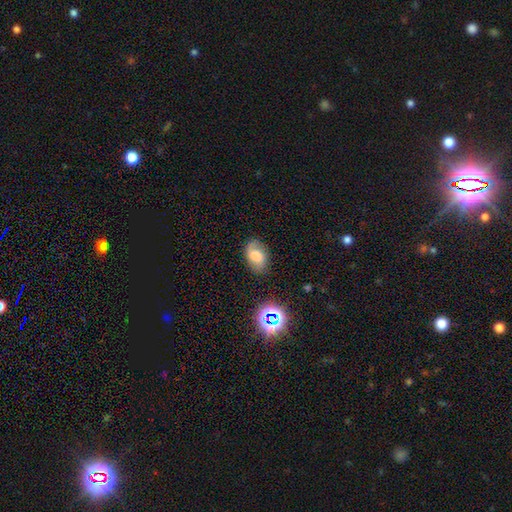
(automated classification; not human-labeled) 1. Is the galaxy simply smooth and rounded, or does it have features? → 54% smooth, 33% featured or disk, 13% star or artifact.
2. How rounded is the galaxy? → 84% in between, 15% round, 1% cigar-shaped.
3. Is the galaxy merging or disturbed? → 72% none, 20% minor disturbance, 6% major disturbance, 2% merger.